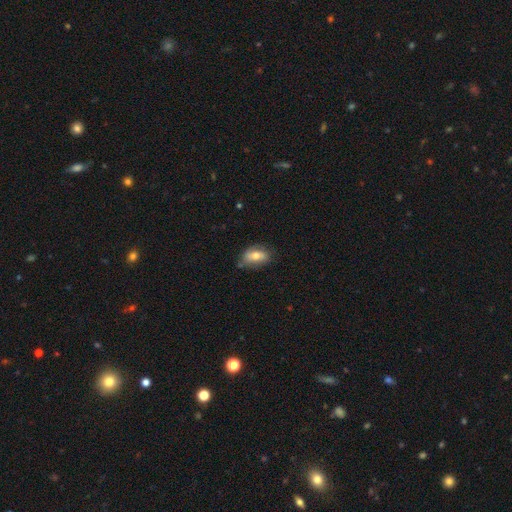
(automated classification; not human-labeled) A smooth galaxy with no disk features (61%) that is in between round and cigar-shaped (87%).

Vote fractions:
- Smooth or featured? smooth: 61% / featured or disk: 31% / star or artifact: 8%
- How rounded? in between: 87% / round: 9% / cigar-shaped: 4%
- Merging? none: 63% / minor disturbance: 28% / major disturbance: 7% / merger: 3%